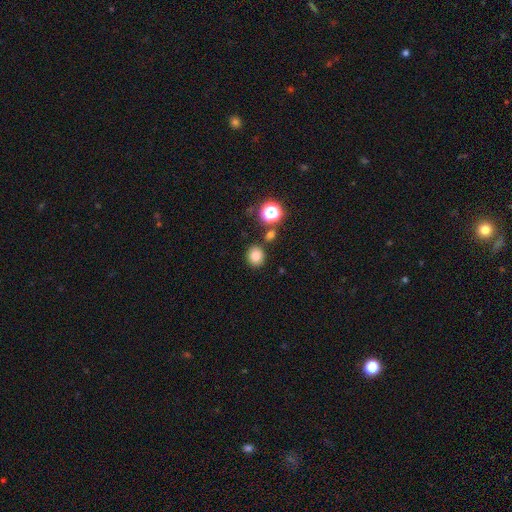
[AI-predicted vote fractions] This appears to be a smooth galaxy with no disk features (81%) that is round (73%). Merging: none (81%).